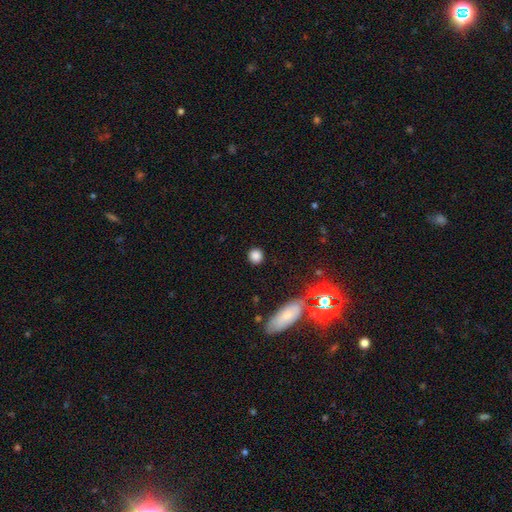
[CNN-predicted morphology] Smooth or featured? Predicted: smooth (p=0.84). How rounded? Predicted: round (p=0.86). Merging? Predicted: none (p=0.89).